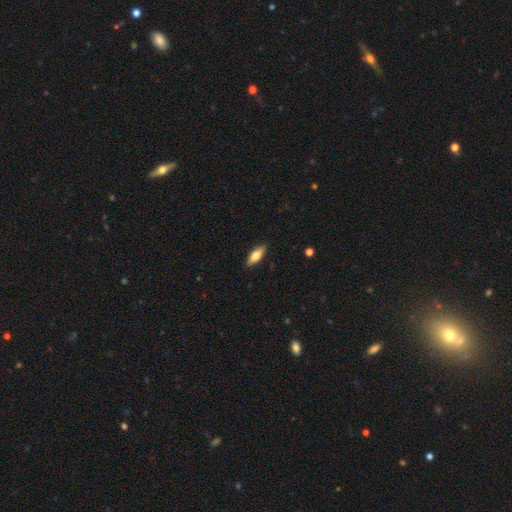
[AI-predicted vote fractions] smooth-or-featured: smooth: 76% | featured or disk: 18% | star or artifact: 6%
  how-rounded: in between: 72% | cigar-shaped: 26% | round: 2%
  merging: none: 88% | minor disturbance: 9% | major disturbance: 2% | merger: 1%